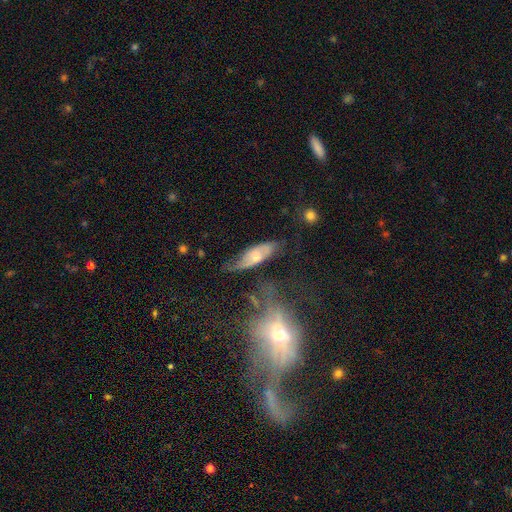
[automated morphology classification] Smooth or featured: featured or disk — 51% (smooth — 41%)
Edge-on disk: no — 74% (yes — 26%)
Merging: none — 51% (minor disturbance — 29%)